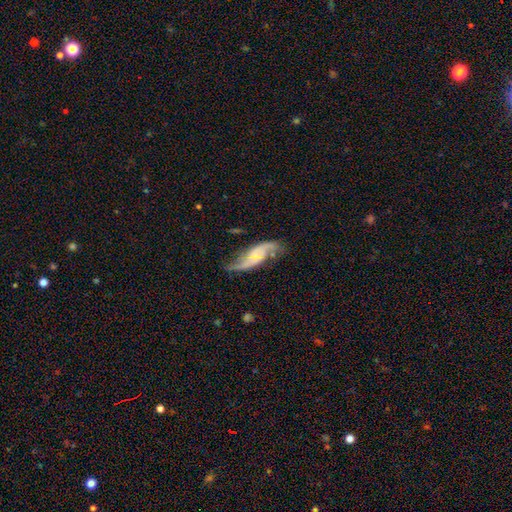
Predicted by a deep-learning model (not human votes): A featured or disk galaxy (81%) with no bar (54%), 2 (90%) loose (66%) spiral arms (94%) and a small central bulge (63%).

Vote fractions:
- Smooth or featured? featured or disk: 81% / smooth: 13% / star or artifact: 6%
- Edge-on disk? no: 92% / yes: 8%
- Bar? no: 54% / weak: 34% / strong: 12%
- Spiral arms? yes: 94% / no: 6%
- Spiral winding? loose: 66% / medium: 26% / tight: 8%
- Spiral arm count? 2: 90% / can't tell: 4% / 1: 2% / 3: 2% / 4: 1% / more than 4: 1%
- Bulge size? small: 63% / moderate: 18% / none: 16% / large: 2% / dominant: 1%
- Merging? none: 60% / minor disturbance: 23% / major disturbance: 14% / merger: 4%